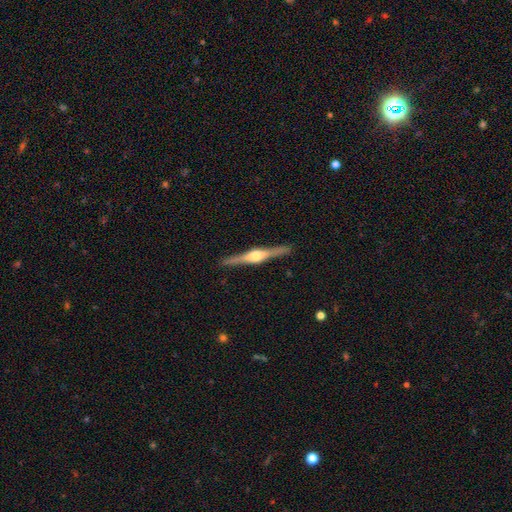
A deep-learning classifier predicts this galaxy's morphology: smooth_or_featured: featured or disk (p=0.84) [alt: smooth p=0.11]
disk_edge_on: yes (p=0.98) [alt: no p=0.02]
edge_on_bulge: rounded (p=0.92) [alt: boxy p=0.06]
merging: none (p=0.92) [alt: minor disturbance p=0.06]